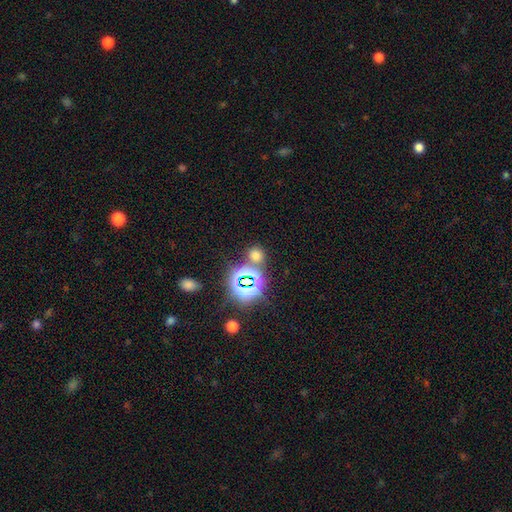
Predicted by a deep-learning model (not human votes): smooth 58%, star or artifact 36%, featured or disk 6%. Down the decision tree: how rounded — round (81%); merging — none (72%).